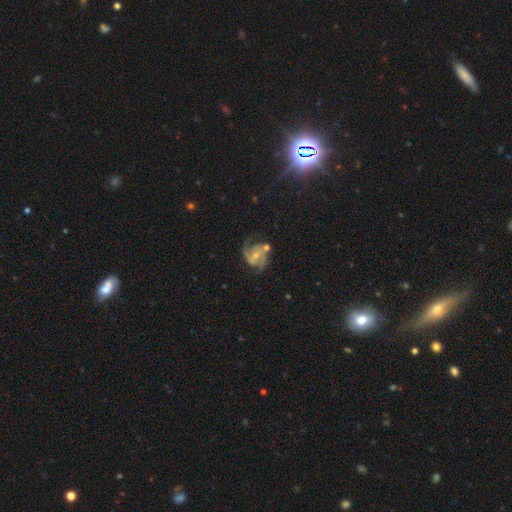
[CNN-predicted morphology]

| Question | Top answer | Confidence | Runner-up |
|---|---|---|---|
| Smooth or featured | featured or disk | 76% | smooth (16%) |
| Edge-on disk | no | 98% | yes (2%) |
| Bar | weak | 47% | no (36%) |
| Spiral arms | yes | 91% | no (9%) |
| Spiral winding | medium | 51% | tight (25%) |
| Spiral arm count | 2 | 78% | can't tell (10%) |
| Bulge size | small | 51% | moderate (42%) |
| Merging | none | 53% | minor disturbance (22%) |